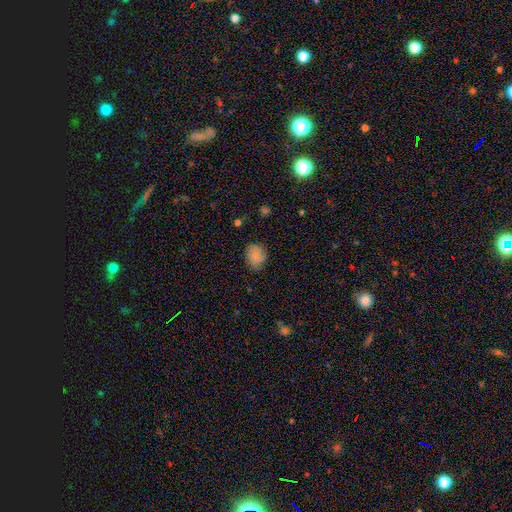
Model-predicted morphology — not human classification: Smooth or featured?
  - smooth: 83% *
  - star or artifact: 9%
  - featured or disk: 9%
How rounded?
  - round: 57% *
  - in between: 42%
  - cigar-shaped: 1%
Merging?
  - none: 75% *
  - minor disturbance: 20%
  - major disturbance: 4%
  - merger: 1%